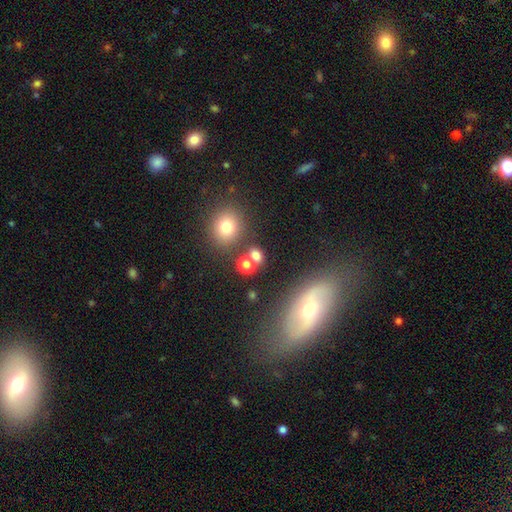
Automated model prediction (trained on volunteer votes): Smooth or featured?
  - smooth: 73% *
  - star or artifact: 18%
  - featured or disk: 10%
How rounded?
  - round: 59% *
  - in between: 38%
  - cigar-shaped: 3%
Merging?
  - none: 62% *
  - merger: 23%
  - minor disturbance: 10%
  - major disturbance: 5%